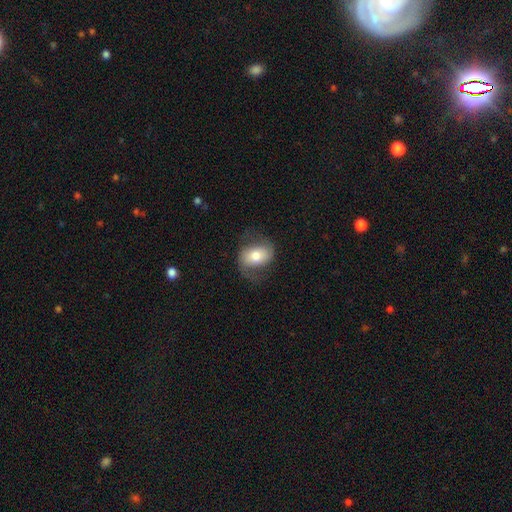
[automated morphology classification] The model was most divided on "smooth or featured": smooth: 49%, featured or disk: 44%, star or artifact: 7%. More confident: merging — none (64%).